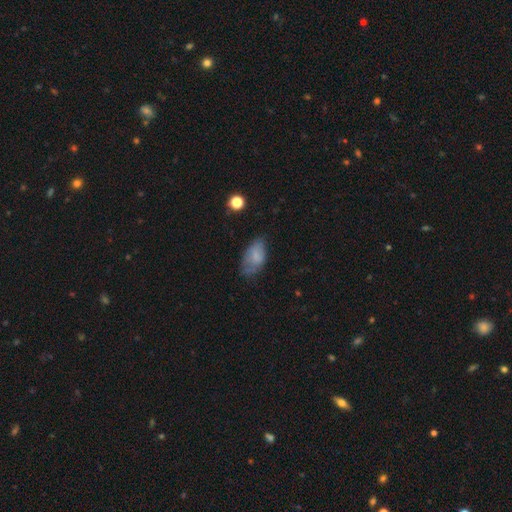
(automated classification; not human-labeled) Smooth or featured?
  - smooth: 70% *
  - featured or disk: 21%
  - star or artifact: 10%
How rounded?
  - in between: 92% *
  - round: 6%
  - cigar-shaped: 2%
Merging?
  - none: 48% *
  - minor disturbance: 35%
  - major disturbance: 15%
  - merger: 2%